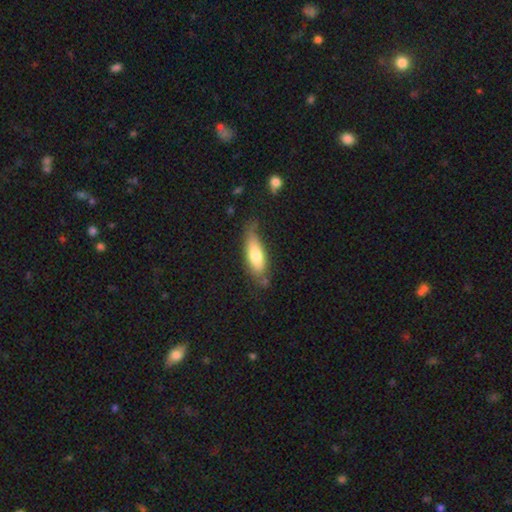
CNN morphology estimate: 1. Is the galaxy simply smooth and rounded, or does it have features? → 72% smooth, 22% featured or disk, 6% star or artifact.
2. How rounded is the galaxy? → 59% in between, 39% cigar-shaped, 2% round.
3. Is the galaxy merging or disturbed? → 60% none, 29% minor disturbance, 8% major disturbance, 4% merger.